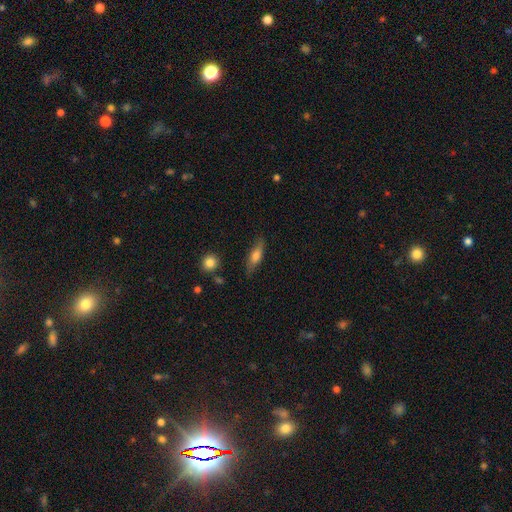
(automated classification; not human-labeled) smooth 66%, featured or disk 27%, star or artifact 7%. Down the decision tree: how rounded — in between (51%); merging — none (79%).